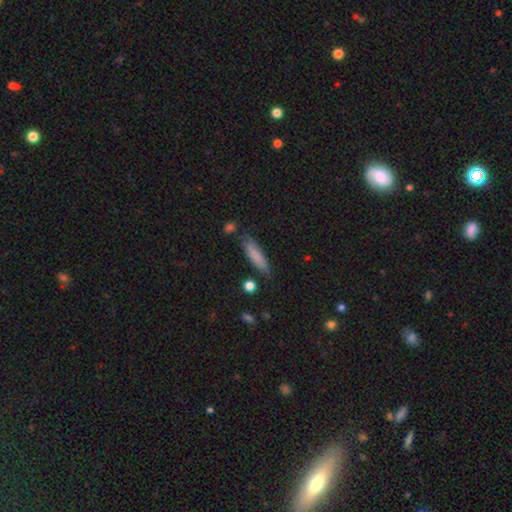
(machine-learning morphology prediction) The model was most divided on "how rounded": cigar-shaped: 74%, in between: 24%, round: 2%. More confident: smooth or featured — smooth (82%); merging — none (76%).